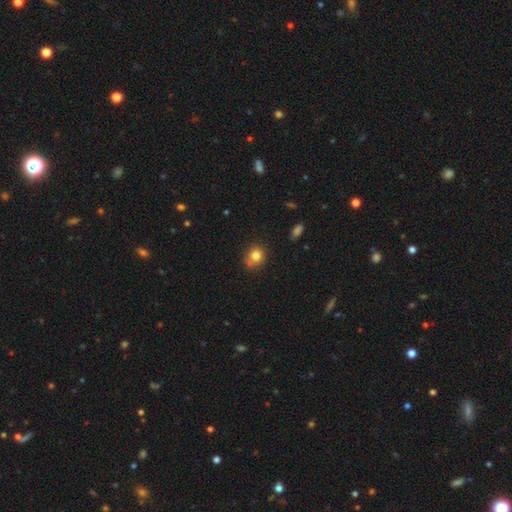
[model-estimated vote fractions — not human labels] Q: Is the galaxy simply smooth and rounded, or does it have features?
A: smooth — 81%.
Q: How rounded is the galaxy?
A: round — 73%.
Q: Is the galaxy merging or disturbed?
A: none — 70%.